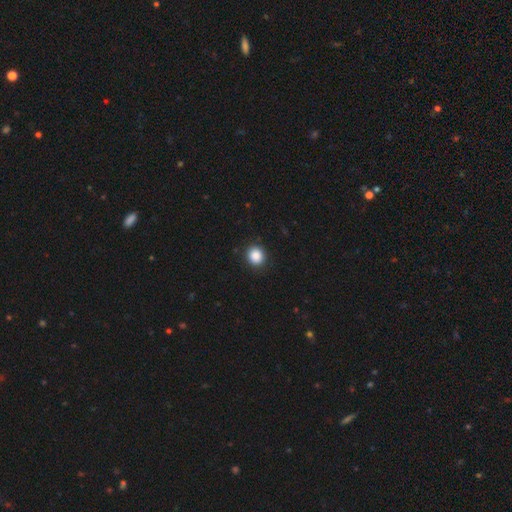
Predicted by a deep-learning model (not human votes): The model was most divided on "how rounded": round: 85%, in between: 14%, cigar-shaped: 1%. More confident: merging — none (90%); smooth or featured — smooth (87%).